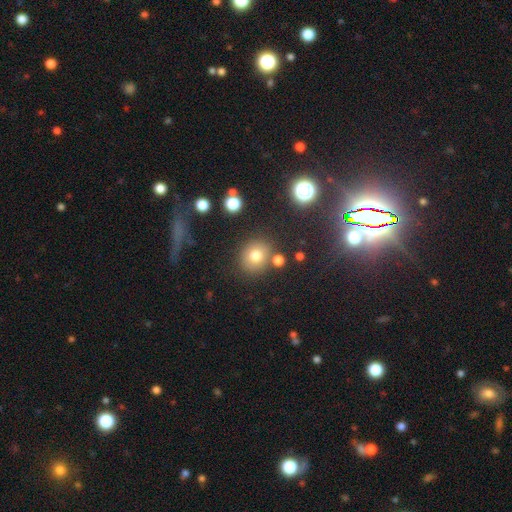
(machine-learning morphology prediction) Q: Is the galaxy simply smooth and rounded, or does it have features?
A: smooth — 76%.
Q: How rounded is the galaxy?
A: round — 82%.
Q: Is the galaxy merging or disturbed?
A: none — 79%.